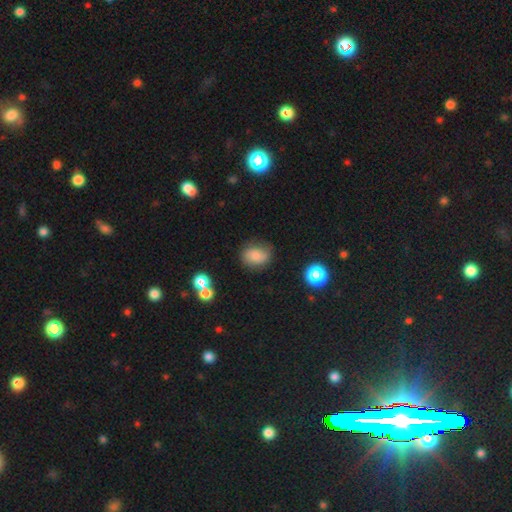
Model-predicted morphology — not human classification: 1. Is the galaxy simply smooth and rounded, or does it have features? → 76% smooth, 14% featured or disk, 11% star or artifact.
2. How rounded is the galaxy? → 59% in between, 39% round, 1% cigar-shaped.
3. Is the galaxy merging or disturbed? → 68% none, 22% minor disturbance, 7% major disturbance, 3% merger.